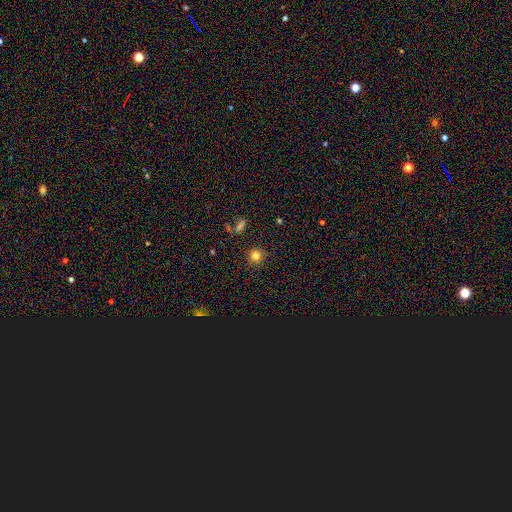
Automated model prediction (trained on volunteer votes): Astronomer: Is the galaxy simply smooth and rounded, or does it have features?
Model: smooth — 79%.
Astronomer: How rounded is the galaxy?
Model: round — 93%.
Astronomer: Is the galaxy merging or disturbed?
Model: none — 88%.